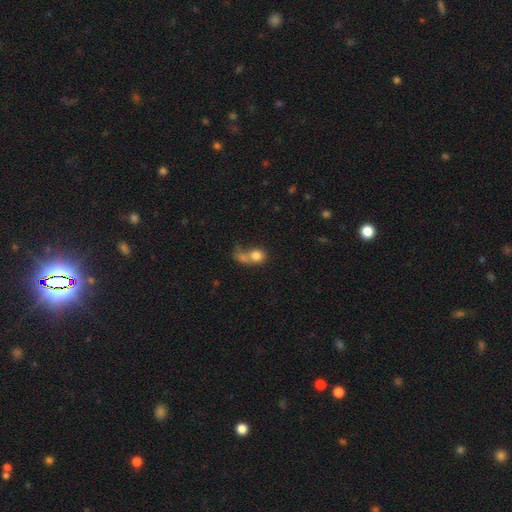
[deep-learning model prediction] smooth-or-featured: smooth: 76% | featured or disk: 15% | star or artifact: 10%
  how-rounded: round: 63% | in between: 35% | cigar-shaped: 2%
  merging: merger: 45% | none: 25% | major disturbance: 19% | minor disturbance: 11%